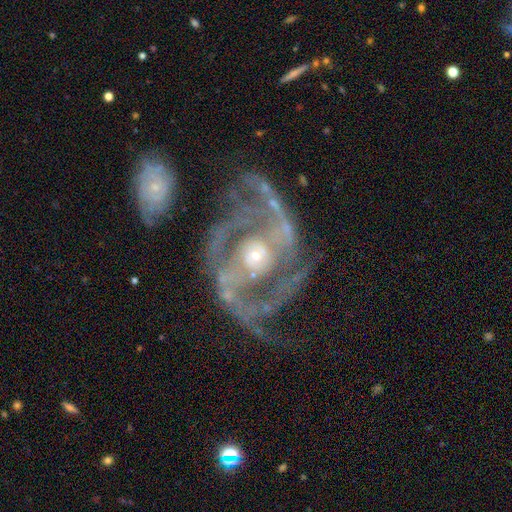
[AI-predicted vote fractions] This appears to be a featured or disk galaxy (91%) with no bar (45%), 2 (60%) medium (50%) spiral arms (96%) and a moderate central bulge (54%). Merging: none (57%).